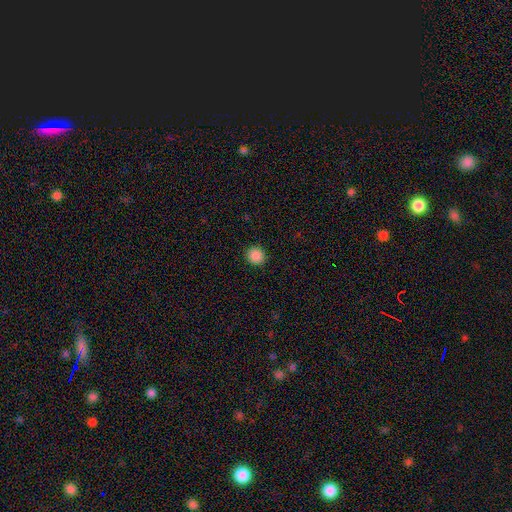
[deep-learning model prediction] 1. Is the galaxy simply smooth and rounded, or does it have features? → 88% smooth, 10% star or artifact, 3% featured or disk.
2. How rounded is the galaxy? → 89% round, 10% in between, 1% cigar-shaped.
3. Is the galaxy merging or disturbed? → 92% none, 5% minor disturbance, 2% major disturbance, 1% merger.